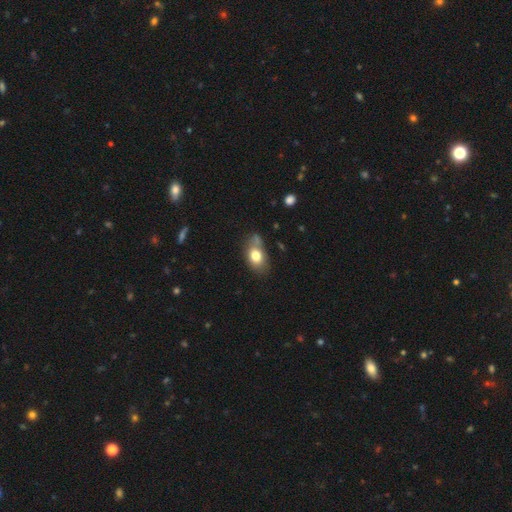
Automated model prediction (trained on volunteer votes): This appears to be a smooth galaxy with no disk features (76%) that is in between round and cigar-shaped (81%). Merging: none (54%).